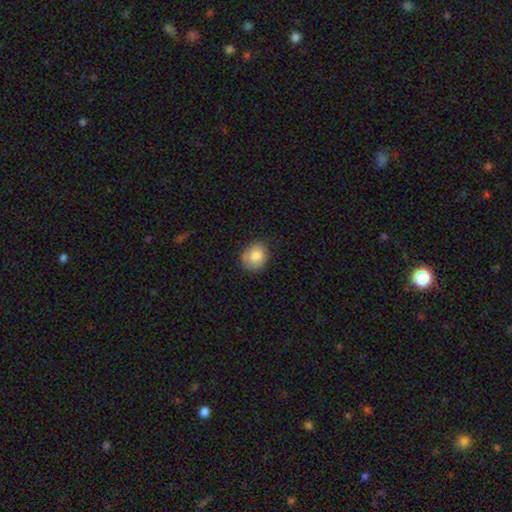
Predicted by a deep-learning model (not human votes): Smooth or featured: smooth — 83% (featured or disk — 9%)
How rounded: round — 62% (in between — 37%)
Merging: none — 77% (minor disturbance — 19%)